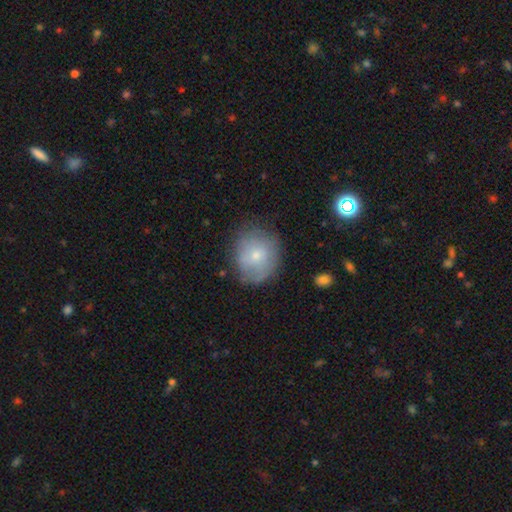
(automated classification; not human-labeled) smooth_or_featured: smooth (p=0.64) [alt: featured or disk p=0.28]
how_rounded: round (p=0.77) [alt: in between p=0.22]
merging: none (p=0.70) [alt: minor disturbance p=0.21]